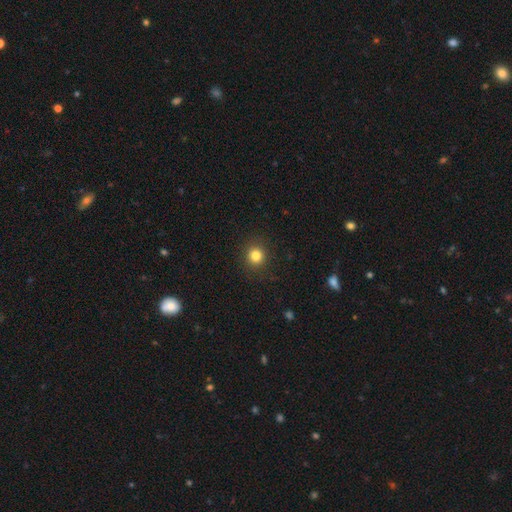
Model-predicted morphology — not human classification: A smooth galaxy with no disk features (82%) that is round (91%).

Vote fractions:
- Smooth or featured? smooth: 82% / star or artifact: 13% / featured or disk: 5%
- How rounded? round: 91% / in between: 8% / cigar-shaped: 1%
- Merging? none: 91% / minor disturbance: 6% / major disturbance: 2% / merger: 1%